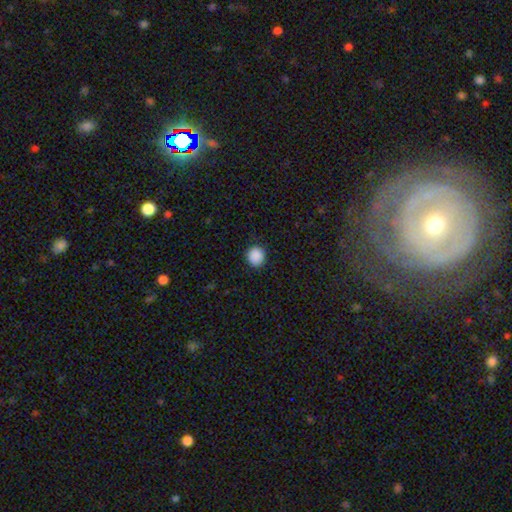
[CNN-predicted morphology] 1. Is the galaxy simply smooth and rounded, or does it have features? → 89% smooth, 9% star or artifact, 2% featured or disk.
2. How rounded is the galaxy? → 87% round, 12% in between, 1% cigar-shaped.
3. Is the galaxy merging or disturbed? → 90% none, 7% minor disturbance, 2% major disturbance, 1% merger.